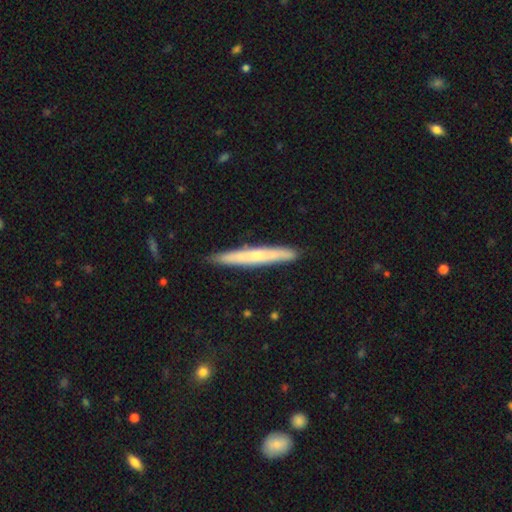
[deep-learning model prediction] A smooth galaxy with no disk features (51%) that is cigar-shaped (96%). Merging: none (89%).